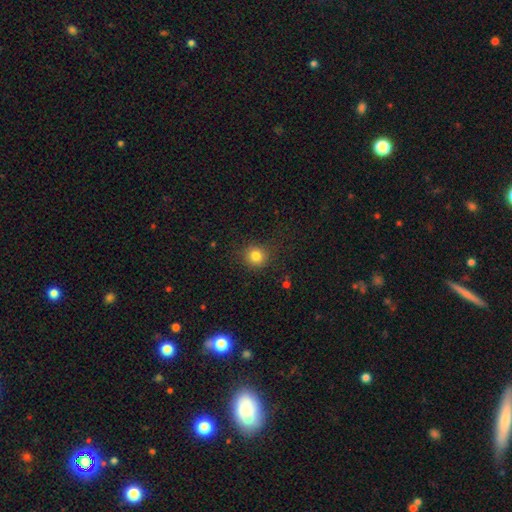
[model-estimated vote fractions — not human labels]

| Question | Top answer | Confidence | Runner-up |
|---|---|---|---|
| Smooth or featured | smooth | 81% | star or artifact (13%) |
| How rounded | round | 89% | in between (10%) |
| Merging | none | 86% | minor disturbance (9%) |